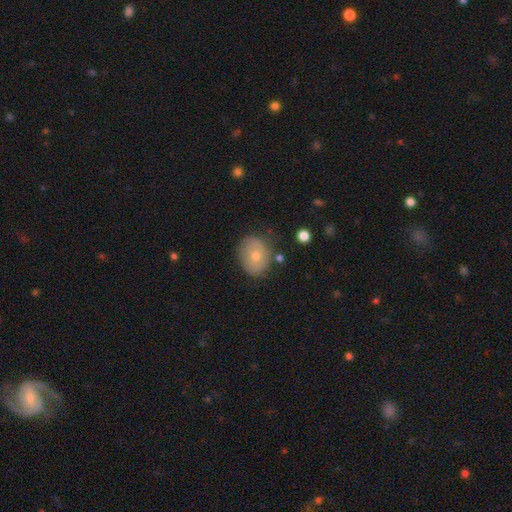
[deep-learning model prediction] The model was most divided on "how rounded": round: 56%, in between: 43%, cigar-shaped: 1%. More confident: merging — none (73%); smooth or featured — smooth (61%).